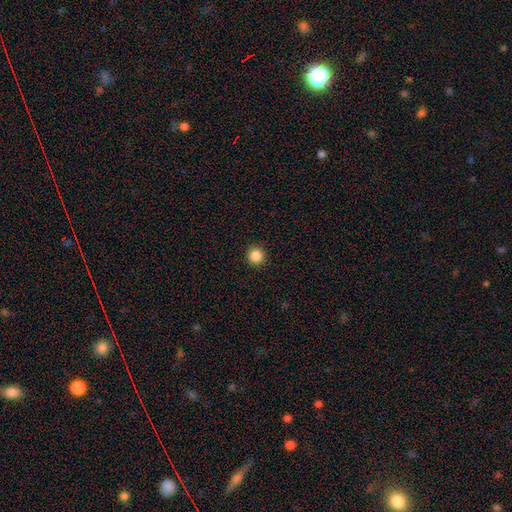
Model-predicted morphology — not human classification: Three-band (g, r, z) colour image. It shows a smooth galaxy with no disk features (86%) that is round (96%). Merging: none (93%).